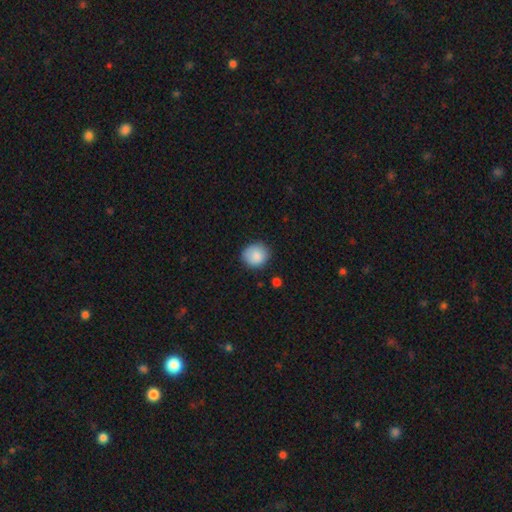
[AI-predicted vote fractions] smooth-or-featured: smooth: 87% | star or artifact: 7% | featured or disk: 6%
  how-rounded: round: 85% | in between: 14% | cigar-shaped: 1%
  merging: none: 84% | minor disturbance: 12% | major disturbance: 3% | merger: 2%